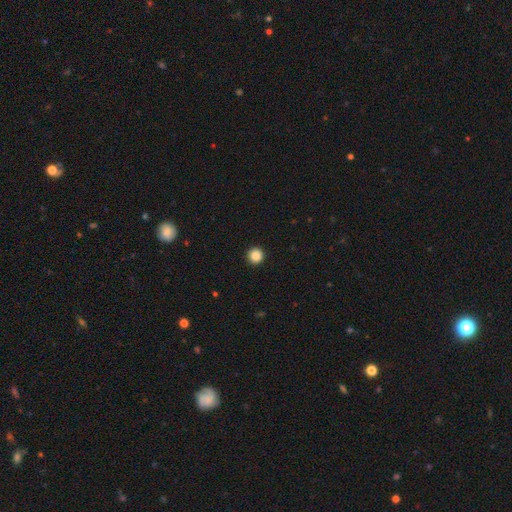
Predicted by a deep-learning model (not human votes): Morphology: type=smooth (87%); roundness=round (96%); merging=none (94%).